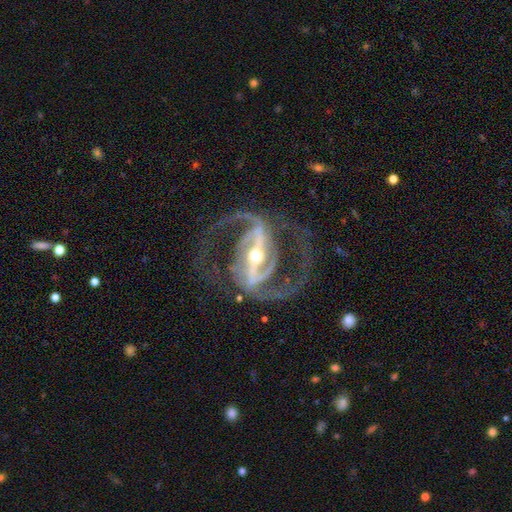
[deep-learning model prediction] Smooth or featured? featured or disk (94%)
Edge-on disk? no (97%)
Bar? strong (80%)
Spiral arms? yes (98%)
Spiral winding? medium (64%)
Spiral arm count? 2 (93%)
Bulge size? moderate (54%)
Merging? none (76%)